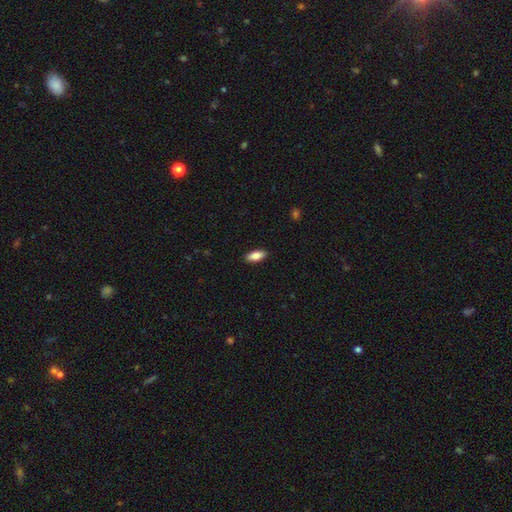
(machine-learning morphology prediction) Overall: smooth (85%). How rounded: in between (83%). Merging: none (89%).